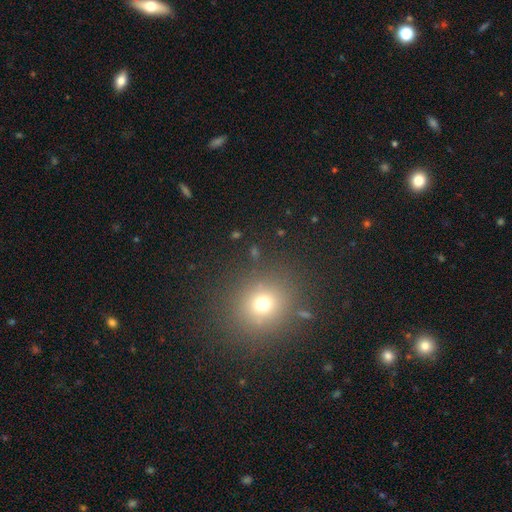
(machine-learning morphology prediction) type=smooth (63%); roundness=round (86%); merging=none (88%).